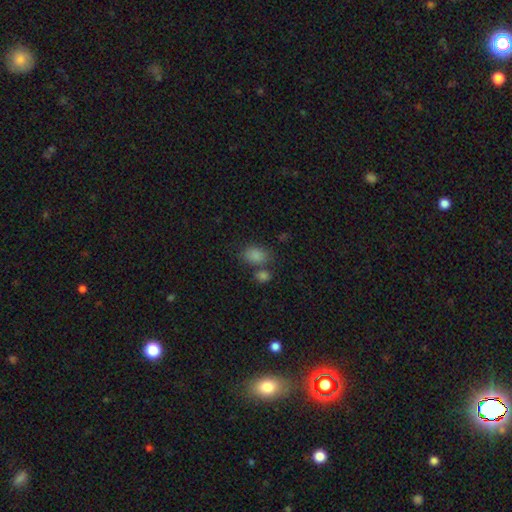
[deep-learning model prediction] smooth_or_featured: smooth (p=0.83) [alt: star or artifact p=0.11]
how_rounded: in between (p=0.68) [alt: round p=0.31]
merging: none (p=0.56) [alt: merger p=0.25]